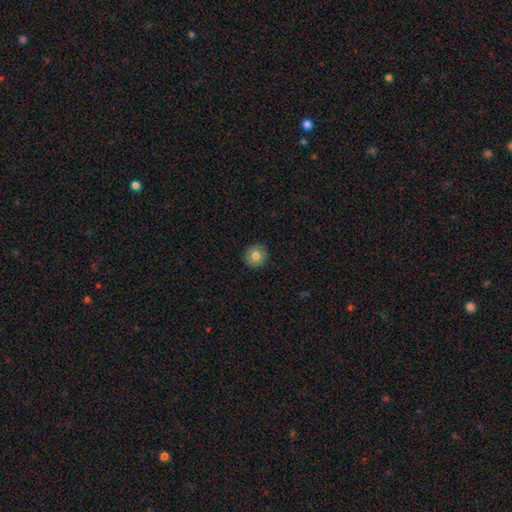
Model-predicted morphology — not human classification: Smooth or featured?
  - smooth: 77% *
  - featured or disk: 14%
  - star or artifact: 9%
How rounded?
  - round: 94% *
  - in between: 5%
  - cigar-shaped: 1%
Merging?
  - none: 91% *
  - minor disturbance: 6%
  - major disturbance: 2%
  - merger: 1%